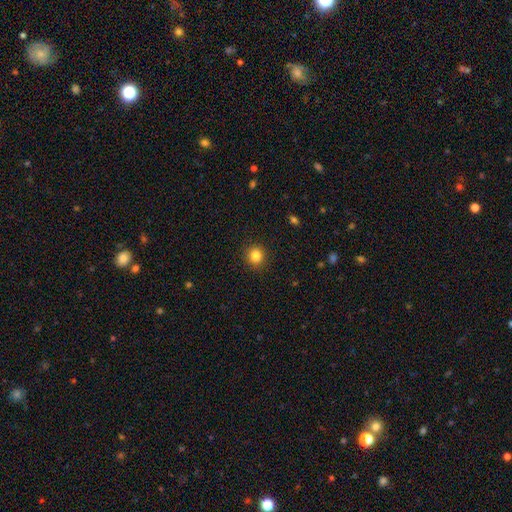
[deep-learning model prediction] A smooth galaxy with no disk features (84%) that is round (90%). Merging: none (91%).